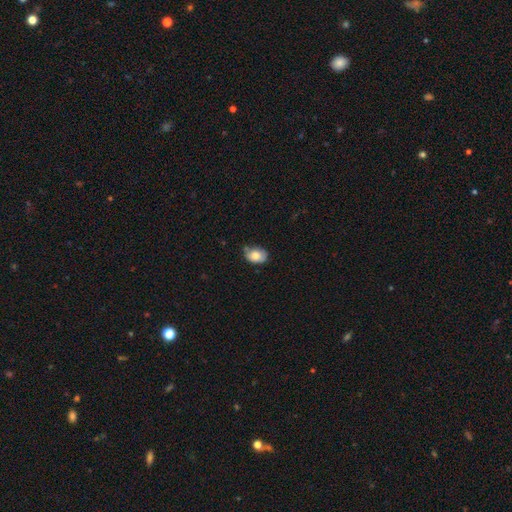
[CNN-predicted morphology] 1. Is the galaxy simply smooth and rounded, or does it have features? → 77% smooth, 15% featured or disk, 8% star or artifact.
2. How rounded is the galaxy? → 80% in between, 19% round, 1% cigar-shaped.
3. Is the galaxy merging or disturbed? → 59% none, 32% minor disturbance, 6% major disturbance, 3% merger.